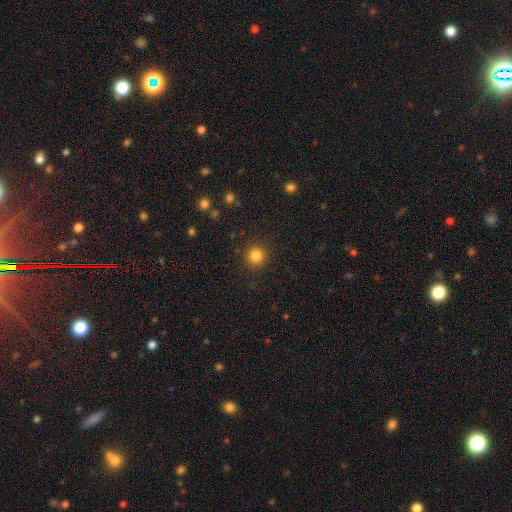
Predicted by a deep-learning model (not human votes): smooth_or_featured: smooth (p=0.84) [alt: star or artifact p=0.12]
how_rounded: round (p=0.94) [alt: in between p=0.05]
merging: none (p=0.91) [alt: minor disturbance p=0.06]